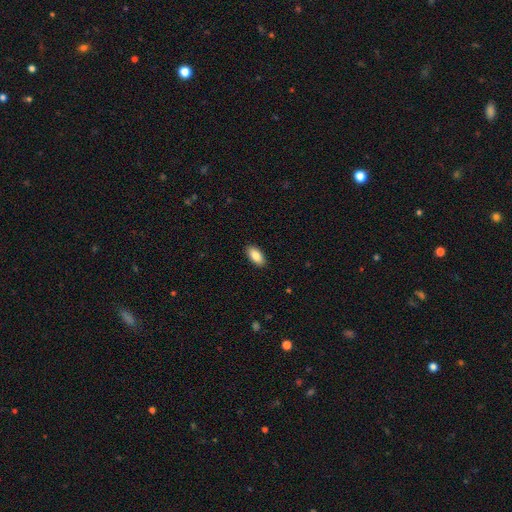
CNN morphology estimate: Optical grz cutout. It shows a smooth galaxy with no disk features (86%) that is in between round and cigar-shaped (92%). Merging: none (90%).